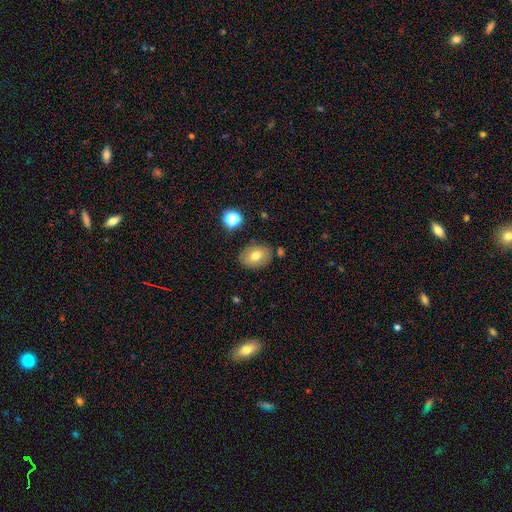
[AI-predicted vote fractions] smooth 72%, featured or disk 18%, star or artifact 10%. Down the decision tree: how rounded — in between (69%); merging — none (81%).